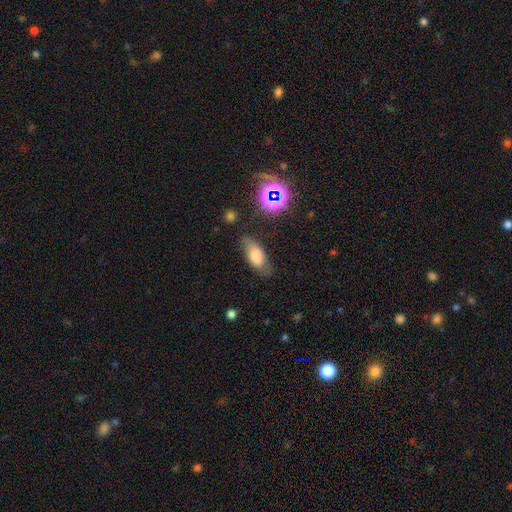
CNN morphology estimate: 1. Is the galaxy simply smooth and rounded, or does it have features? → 71% smooth, 17% featured or disk, 12% star or artifact.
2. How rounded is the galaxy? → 83% in between, 12% cigar-shaped, 4% round.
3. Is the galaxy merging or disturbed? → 69% none, 22% minor disturbance, 7% major disturbance, 3% merger.